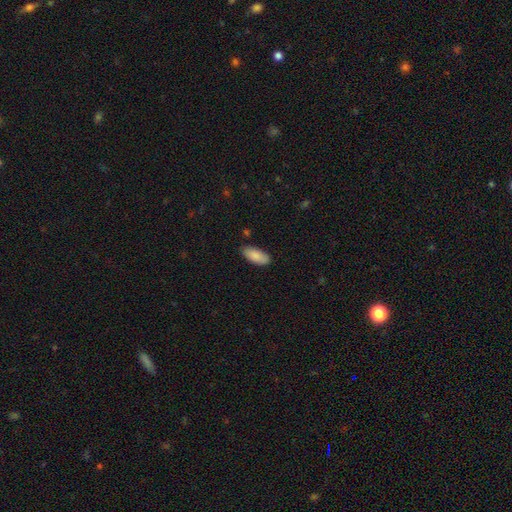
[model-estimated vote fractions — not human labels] smooth 87%, featured or disk 7%, star or artifact 6%. Down the decision tree: how rounded — in between (86%); merging — none (82%).